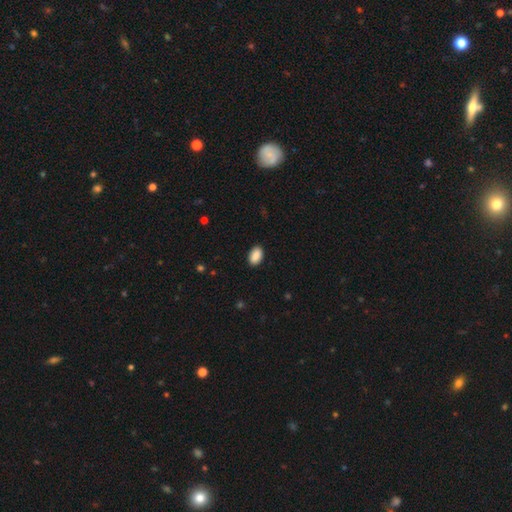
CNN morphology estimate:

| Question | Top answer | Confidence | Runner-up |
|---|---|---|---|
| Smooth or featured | smooth | 90% | star or artifact (7%) |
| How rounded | in between | 92% | round (7%) |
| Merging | none | 89% | minor disturbance (8%) |